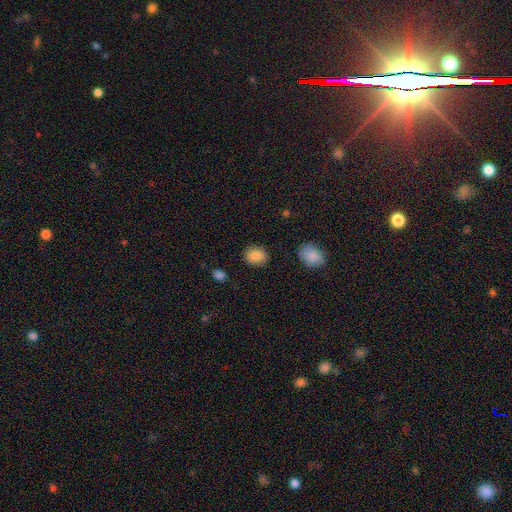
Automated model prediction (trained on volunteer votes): Smooth or featured? Predicted: smooth (p=0.87). How rounded? Predicted: round (p=0.53). Merging? Predicted: none (p=0.87).